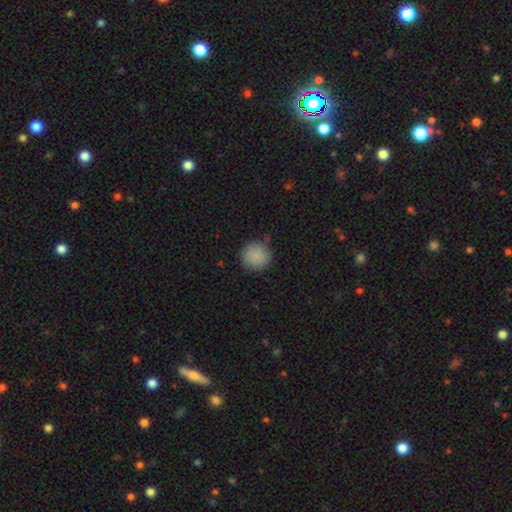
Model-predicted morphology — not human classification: Smooth or featured? Predicted: smooth (p=0.87). How rounded? Predicted: round (p=0.93). Merging? Predicted: none (p=0.75).